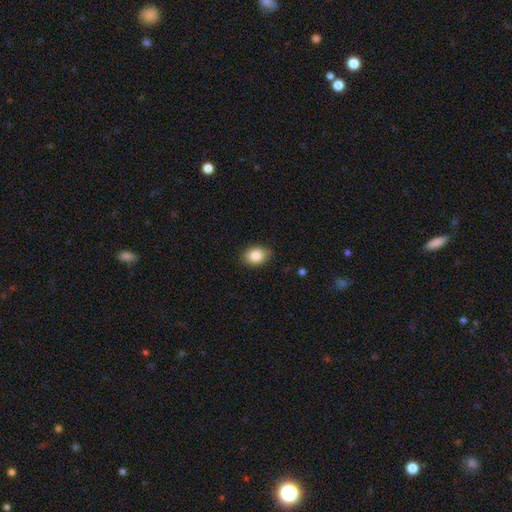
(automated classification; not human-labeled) smooth_or_featured: smooth (p=0.85) [alt: star or artifact p=0.08]
how_rounded: in between (p=0.74) [alt: round p=0.25]
merging: none (p=0.86) [alt: minor disturbance p=0.11]